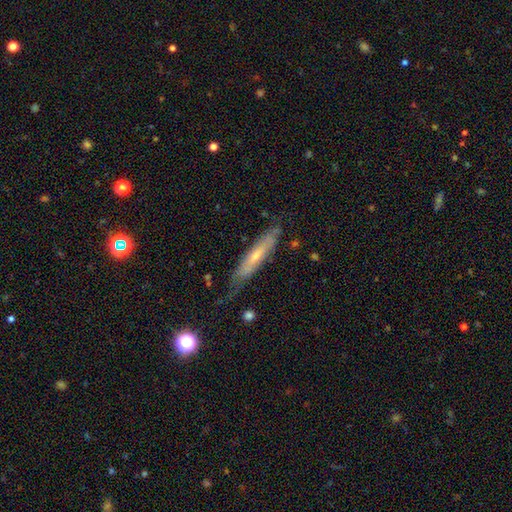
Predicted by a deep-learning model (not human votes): A featured or disk galaxy (58%) viewed edge-on (62%). Merging: none (64%).